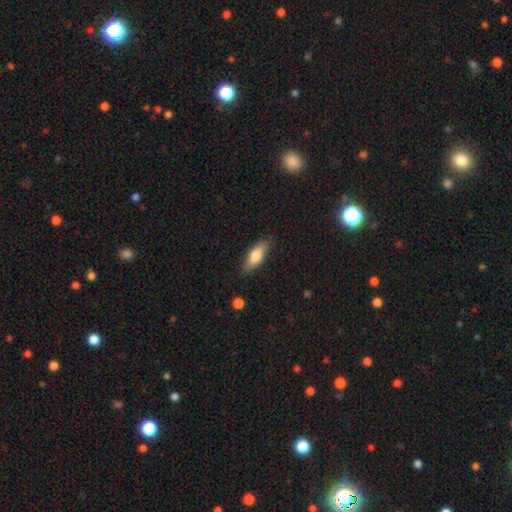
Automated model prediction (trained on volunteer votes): Smooth or featured? smooth (75%)
How rounded? in between (71%)
Merging? none (82%)